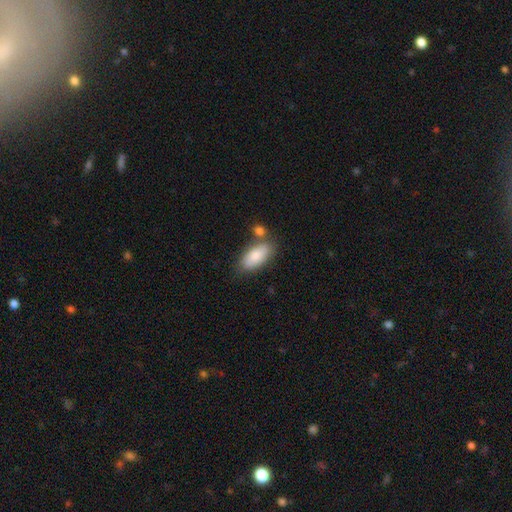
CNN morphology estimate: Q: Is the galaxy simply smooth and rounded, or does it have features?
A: smooth — 83%.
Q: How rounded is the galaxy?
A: in between — 89%.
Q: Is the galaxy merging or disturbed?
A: none — 63%.